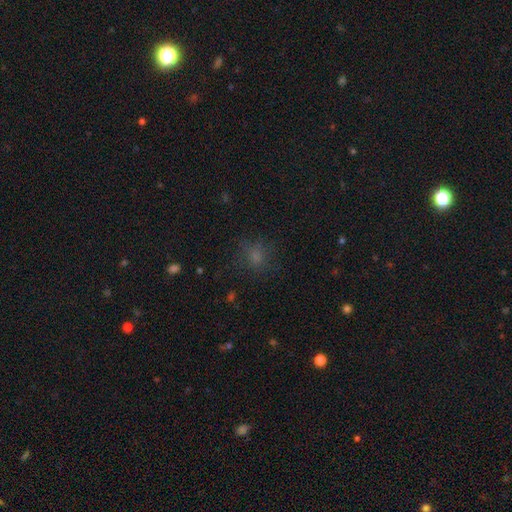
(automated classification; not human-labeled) smooth-or-featured: smooth: 69% | star or artifact: 21% | featured or disk: 9%
  how-rounded: round: 70% | in between: 29% | cigar-shaped: 2%
  merging: none: 72% | minor disturbance: 16% | major disturbance: 10% | merger: 2%